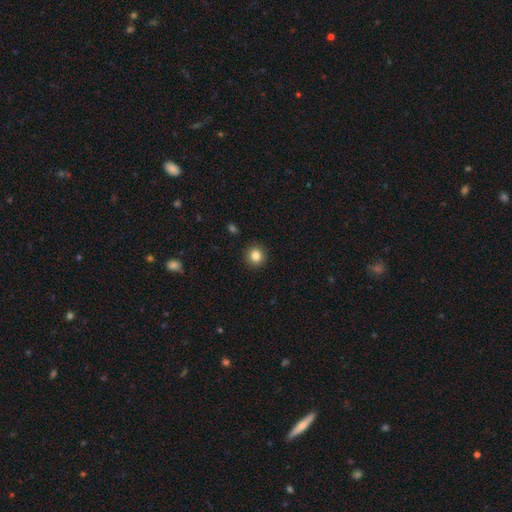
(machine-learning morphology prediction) Smooth or featured?
  - smooth: 84% *
  - star or artifact: 11%
  - featured or disk: 6%
How rounded?
  - round: 93% *
  - in between: 6%
  - cigar-shaped: 1%
Merging?
  - none: 93% *
  - minor disturbance: 5%
  - major disturbance: 2%
  - merger: 1%